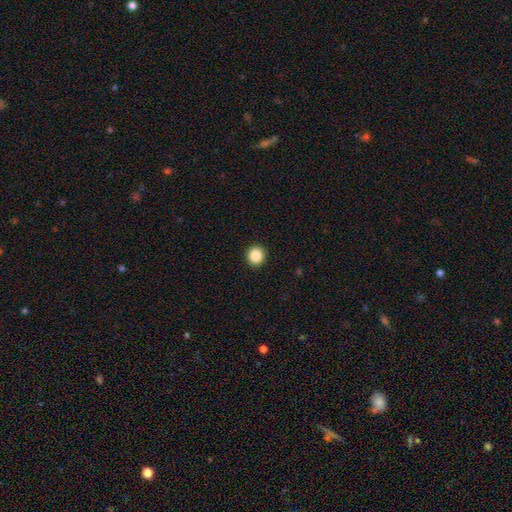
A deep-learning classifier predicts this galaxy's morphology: The model was most divided on "smooth or featured": smooth: 87%, star or artifact: 10%, featured or disk: 4%. More confident: merging — none (94%); how rounded — round (93%).